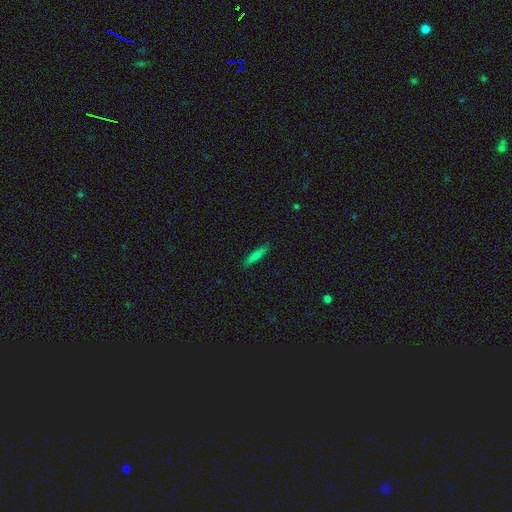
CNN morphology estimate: Smooth or featured: smooth — 76% (featured or disk — 16%)
How rounded: cigar-shaped — 83% (in between — 15%)
Merging: none — 87% (minor disturbance — 10%)